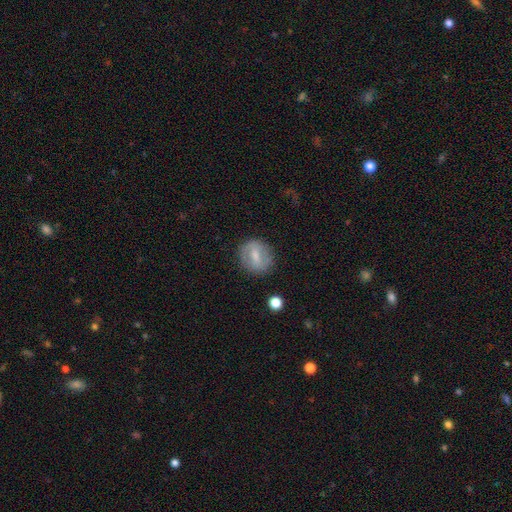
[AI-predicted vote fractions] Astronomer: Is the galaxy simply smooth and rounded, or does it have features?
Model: featured or disk — 47% (runner-up: smooth, 46%).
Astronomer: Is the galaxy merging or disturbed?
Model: none — 82%.